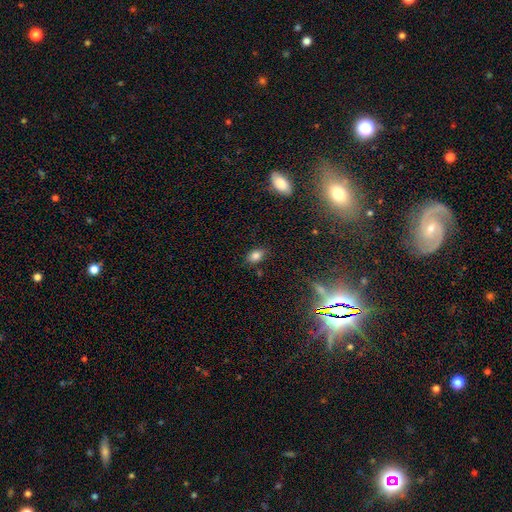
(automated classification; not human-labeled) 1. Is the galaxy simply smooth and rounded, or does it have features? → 81% smooth, 12% star or artifact, 7% featured or disk.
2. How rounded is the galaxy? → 84% in between, 14% round, 2% cigar-shaped.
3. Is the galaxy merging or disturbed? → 80% none, 15% minor disturbance, 3% major disturbance, 2% merger.